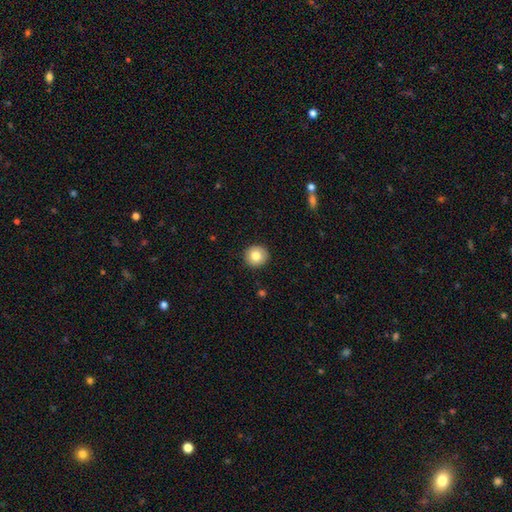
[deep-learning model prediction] Overall: smooth (83%). How rounded: round (93%). Merging: none (91%).